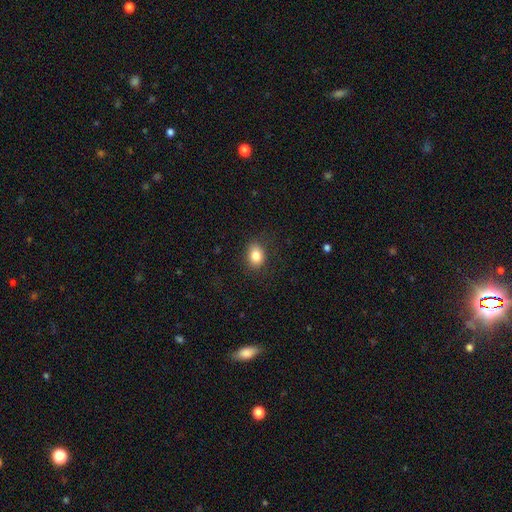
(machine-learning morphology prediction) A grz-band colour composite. It shows a smooth galaxy with no disk features (83%) that is in between round and cigar-shaped (64%). Merging: none (85%).